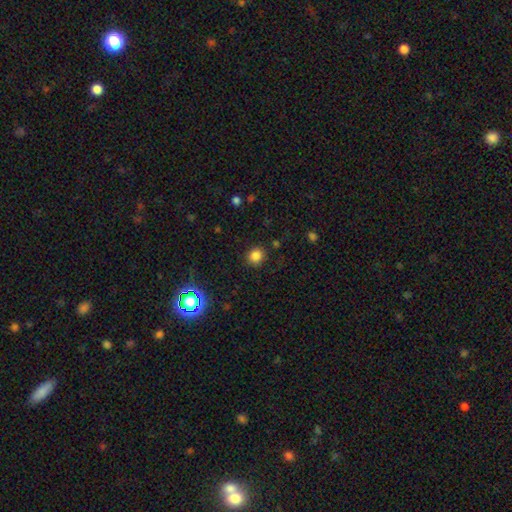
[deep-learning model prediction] This appears to be a smooth galaxy with no disk features (82%) that is round (84%). Merging: none (88%).